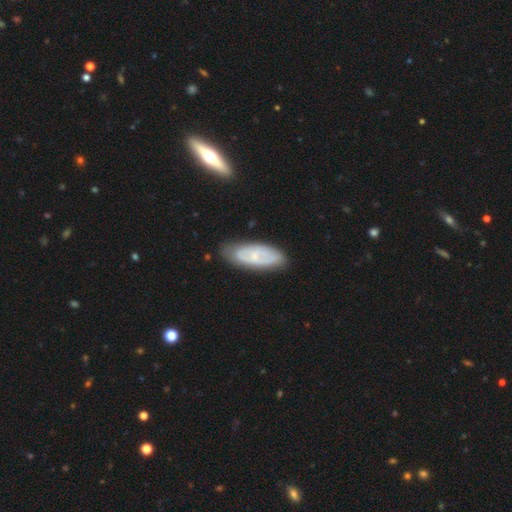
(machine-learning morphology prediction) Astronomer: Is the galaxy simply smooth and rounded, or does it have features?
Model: featured or disk — 55% (runner-up: smooth, 39%).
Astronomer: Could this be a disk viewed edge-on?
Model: no — 87%.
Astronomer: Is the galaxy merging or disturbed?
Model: none — 75%.